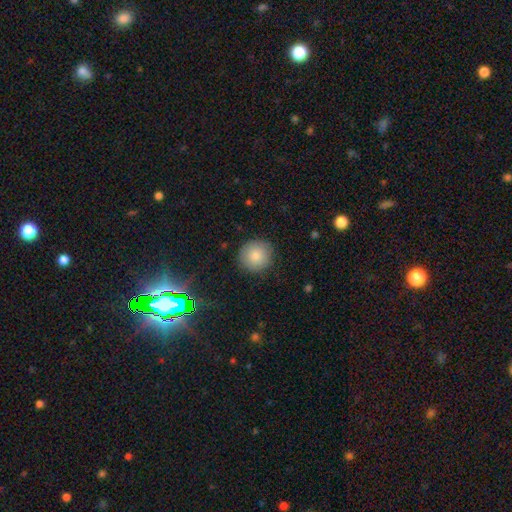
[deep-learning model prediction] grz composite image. It shows a smooth galaxy with no disk features (85%) that is round (94%). Merging: none (88%).